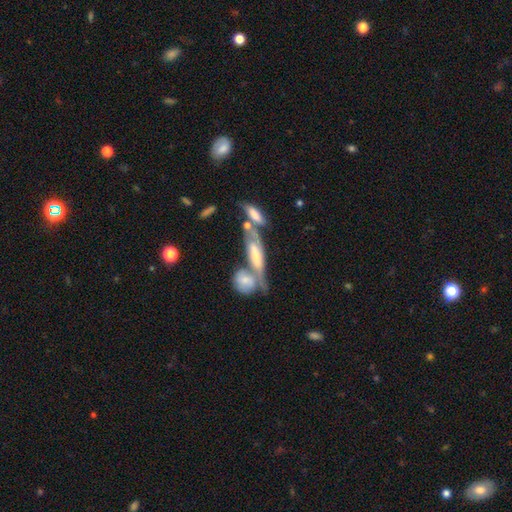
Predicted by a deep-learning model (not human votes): Smooth or featured?
  - featured or disk: 64% *
  - smooth: 26%
  - star or artifact: 10%
Edge-on disk?
  - yes: 61% *
  - no: 39%
Merging?
  - merger: 47% *
  - none: 36%
  - minor disturbance: 11%
  - major disturbance: 6%